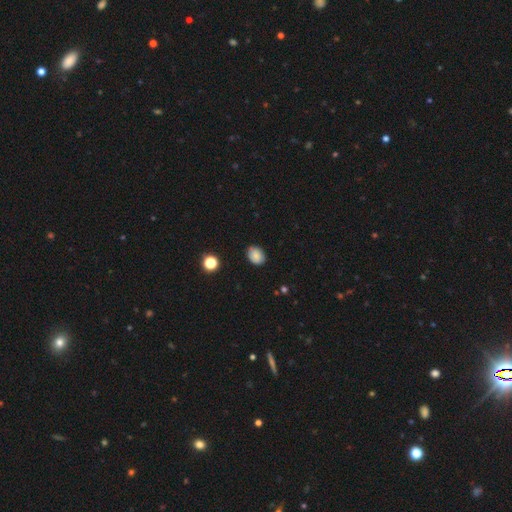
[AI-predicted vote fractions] smooth_or_featured: smooth (p=0.85) [alt: star or artifact p=0.10]
how_rounded: in between (p=0.66) [alt: round p=0.33]
merging: none (p=0.85) [alt: minor disturbance p=0.11]